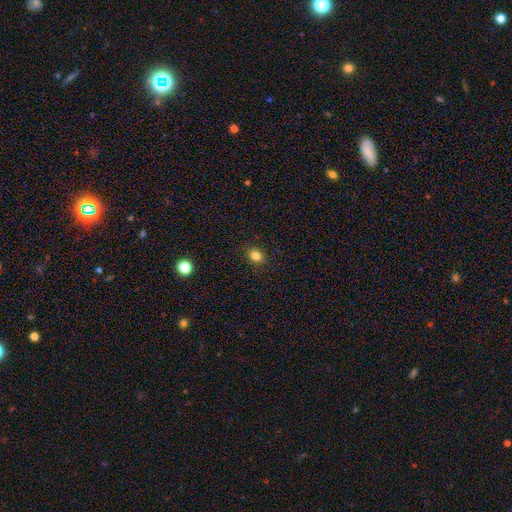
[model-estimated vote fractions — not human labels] Morphology: type=smooth (82%); roundness=in between (51%); merging=none (88%).